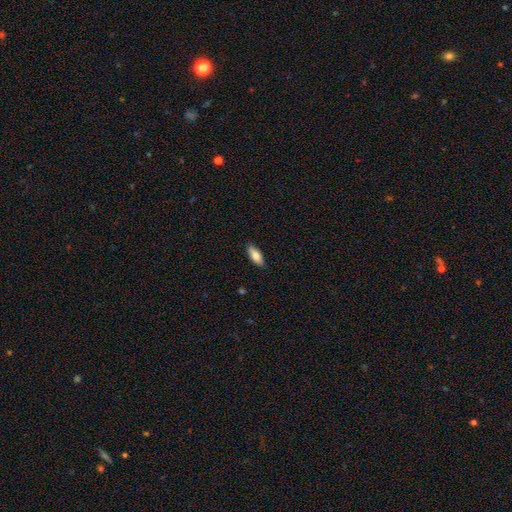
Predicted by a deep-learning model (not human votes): A smooth galaxy with no disk features (81%) that is in between round and cigar-shaped (78%). Merging: none (87%).